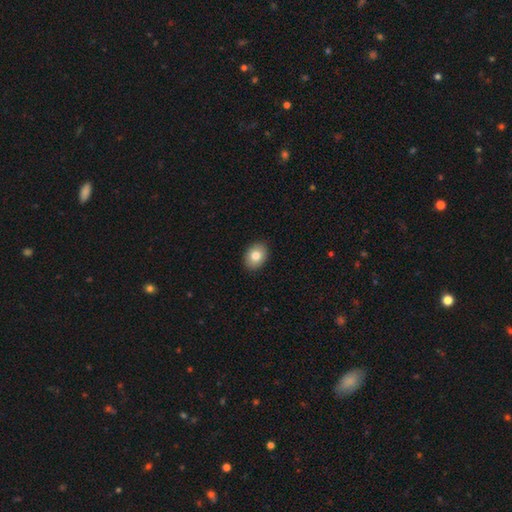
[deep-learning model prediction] Q: Smooth or featured?
A: smooth (81%); runner-up: featured or disk (10%)
Q: How rounded?
A: in between (70%); runner-up: round (30%)
Q: Merging?
A: none (90%); runner-up: minor disturbance (7%)